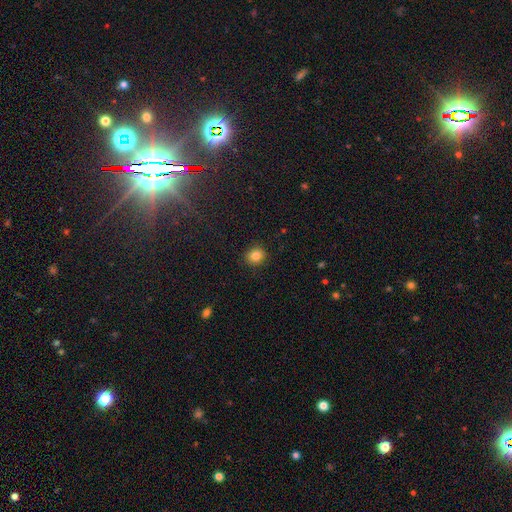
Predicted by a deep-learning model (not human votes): A smooth galaxy with no disk features (83%) that is round (77%). Merging: none (90%).